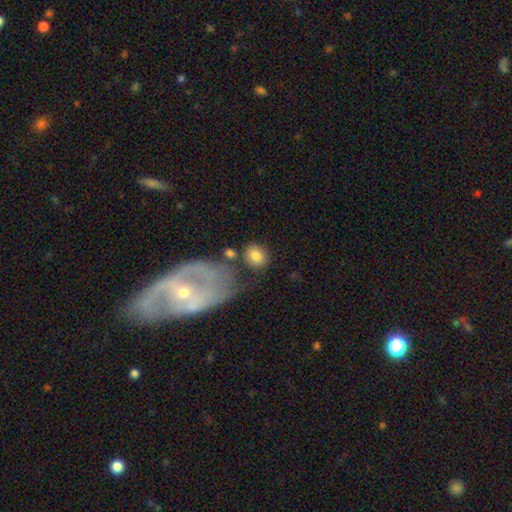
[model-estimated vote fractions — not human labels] Overall: smooth (82%). How rounded: round (65%; in between 34%). Merging: none (69%).